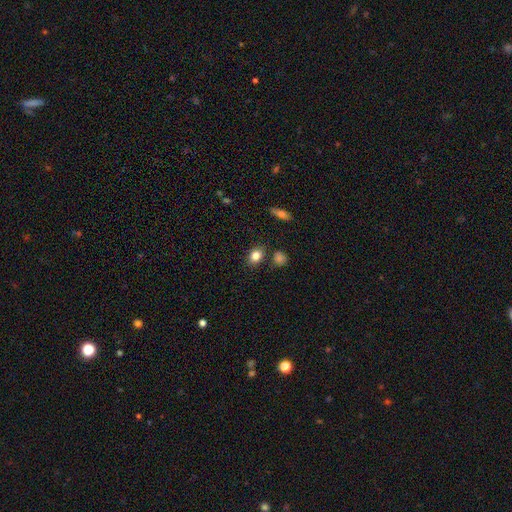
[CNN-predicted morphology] Q: Smooth or featured?
A: smooth (83%); runner-up: star or artifact (10%)
Q: How rounded?
A: in between (63%); runner-up: round (35%)
Q: Merging?
A: none (80%); runner-up: minor disturbance (11%)